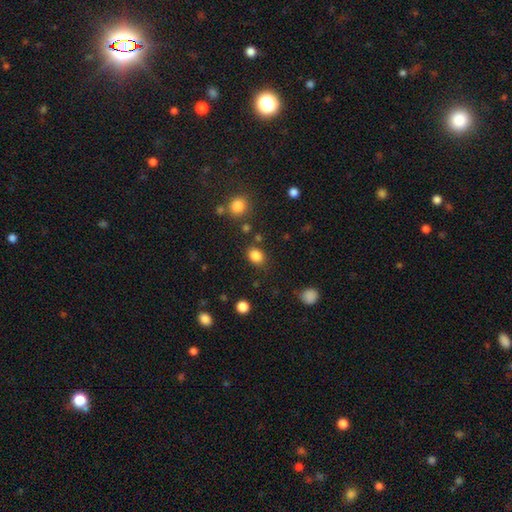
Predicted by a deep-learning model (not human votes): A smooth galaxy with no disk features (85%) that is in between round and cigar-shaped (60%). Merging: none (80%).